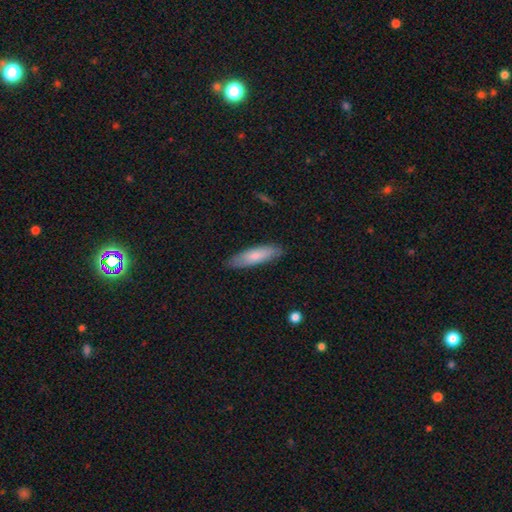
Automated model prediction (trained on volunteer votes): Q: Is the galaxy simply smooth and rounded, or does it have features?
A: smooth — 75%.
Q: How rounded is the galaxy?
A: cigar-shaped — 68%.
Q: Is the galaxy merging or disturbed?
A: none — 85%.